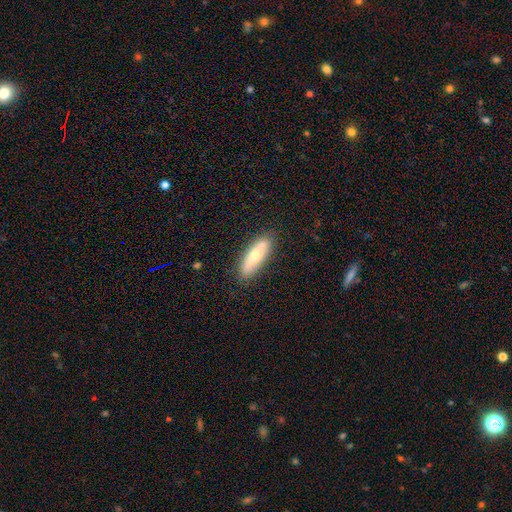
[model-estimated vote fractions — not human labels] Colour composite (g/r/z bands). It shows a smooth galaxy with no disk features (59%) that is cigar-shaped (50%). Merging: none (83%).